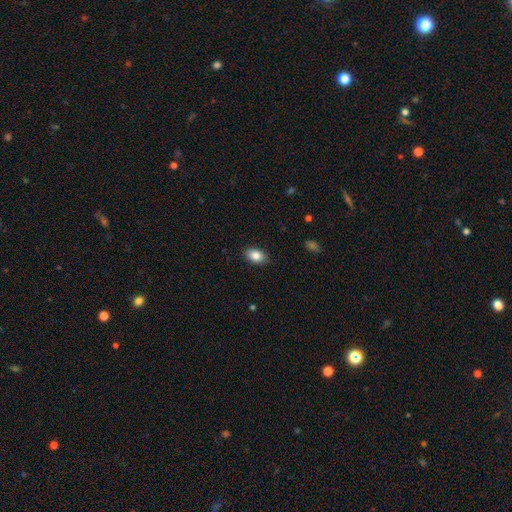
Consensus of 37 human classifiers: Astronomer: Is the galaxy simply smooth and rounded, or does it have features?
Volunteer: smooth — 76%.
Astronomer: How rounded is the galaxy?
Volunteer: in between — 100%.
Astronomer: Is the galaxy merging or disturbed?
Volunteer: none — 89%.